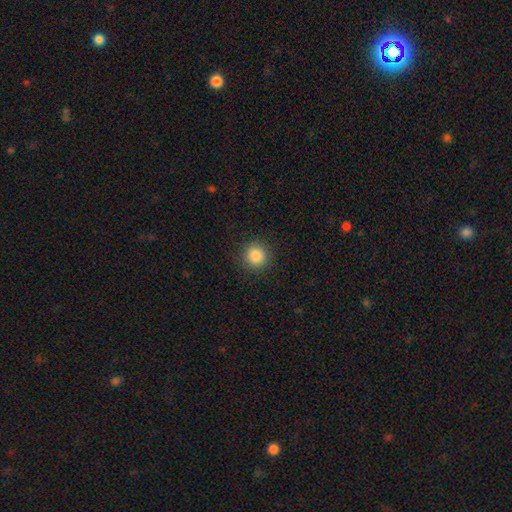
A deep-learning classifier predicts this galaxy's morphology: Smooth or featured: smooth — 86% (star or artifact — 11%)
How rounded: round — 93% (in between — 6%)
Merging: none — 91% (minor disturbance — 6%)